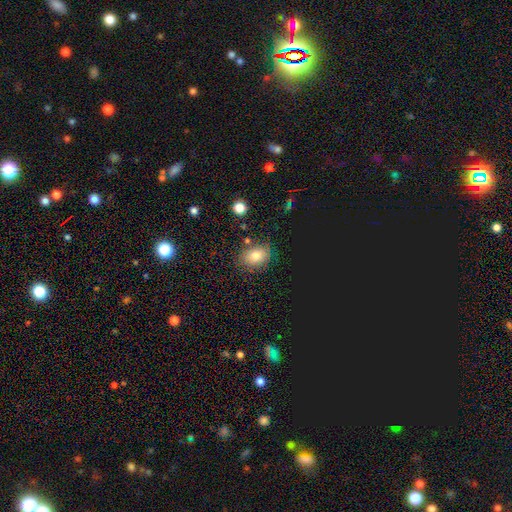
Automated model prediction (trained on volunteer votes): smooth_or_featured: smooth (p=0.75) [alt: star or artifact p=0.15]
how_rounded: in between (p=0.66) [alt: round p=0.33]
merging: none (p=0.80) [alt: minor disturbance p=0.13]